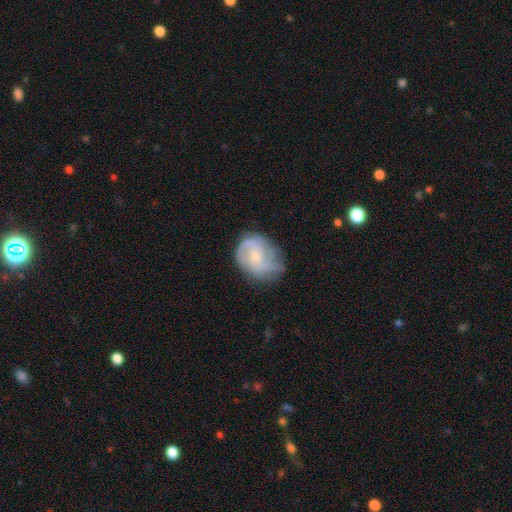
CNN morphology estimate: smooth_or_featured: featured or disk (p=0.71) [alt: smooth p=0.22]
disk_edge_on: no (p=0.98) [alt: yes p=0.02]
bar: no (p=0.64) [alt: weak p=0.31]
has_spiral_arms: yes (p=0.90) [alt: no p=0.10]
spiral_winding: medium (p=0.44) [alt: tight p=0.36]
spiral_arm_count: 2 (p=0.39) [alt: can't tell p=0.27]
bulge_size: small (p=0.64) [alt: moderate p=0.27]
merging: none (p=0.60) [alt: minor disturbance p=0.26]